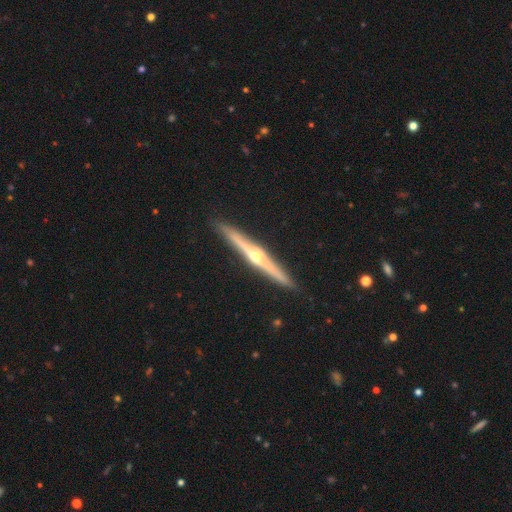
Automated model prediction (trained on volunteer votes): Morphology: type=featured or disk (82%); edge-on=yes (98%); edge-on bulge=rounded (92%); merging=none (92%).